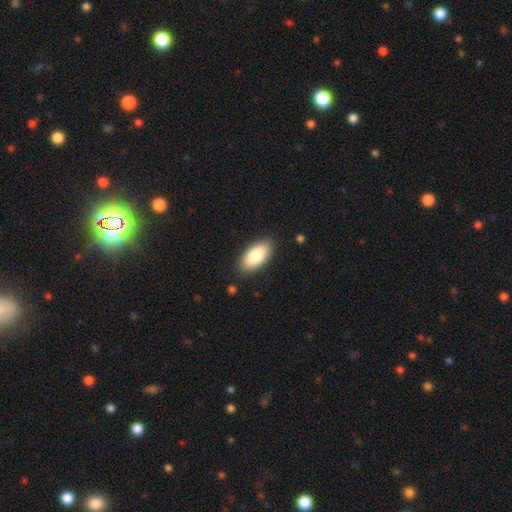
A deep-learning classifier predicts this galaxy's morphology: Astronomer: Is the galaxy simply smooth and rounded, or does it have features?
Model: smooth — 86%.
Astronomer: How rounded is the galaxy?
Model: in between — 92%.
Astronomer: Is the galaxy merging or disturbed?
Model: none — 87%.